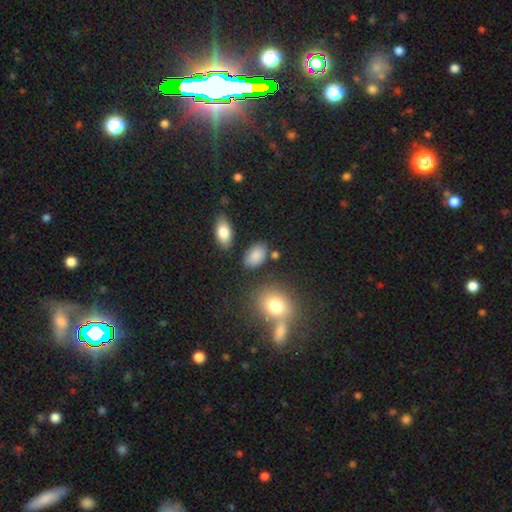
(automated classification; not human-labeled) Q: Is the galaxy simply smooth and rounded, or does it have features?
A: smooth — 85%.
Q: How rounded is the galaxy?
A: in between — 90%.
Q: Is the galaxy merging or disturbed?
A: none — 77%.